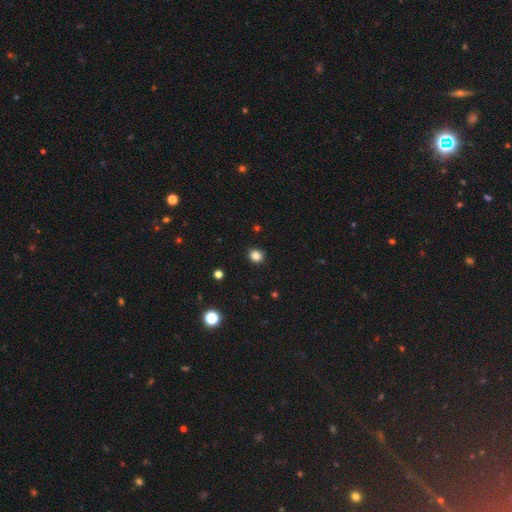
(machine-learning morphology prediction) Smooth or featured: smooth — 84% (star or artifact — 12%)
How rounded: round — 77% (in between — 22%)
Merging: none — 91% (minor disturbance — 6%)